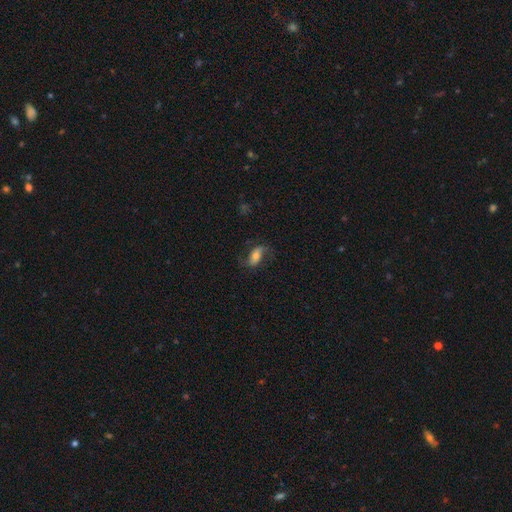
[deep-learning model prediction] The model was most divided on "smooth or featured": featured or disk: 51%, smooth: 41%, star or artifact: 9%. More confident: edge-on disk — no (91%); merging — none (67%).